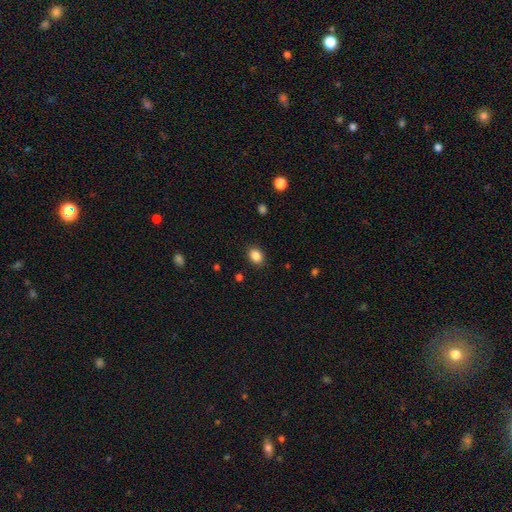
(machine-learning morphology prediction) A smooth galaxy with no disk features (87%) that is in between round and cigar-shaped (61%). Merging: none (88%).